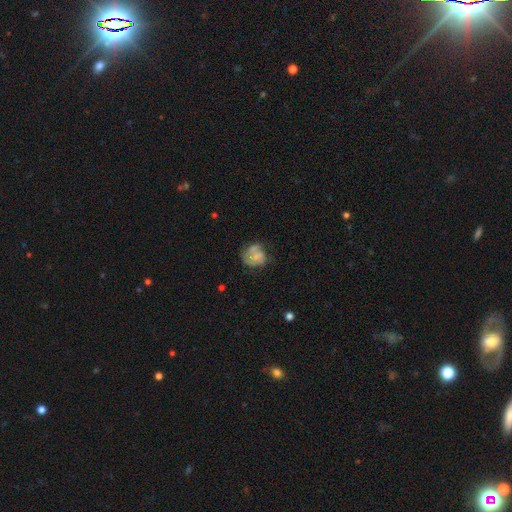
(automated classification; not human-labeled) smooth-or-featured: featured or disk: 46% | smooth: 45% | star or artifact: 9%
  merging: none: 39% | minor disturbance: 27% | major disturbance: 21% | merger: 13%